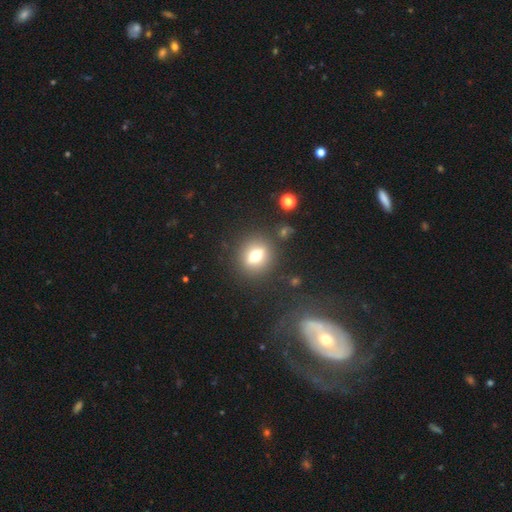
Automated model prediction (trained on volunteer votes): The model was most divided on "how rounded": round: 51%, in between: 42%, cigar-shaped: 7%. More confident: merging — none (85%); smooth or featured — smooth (57%).